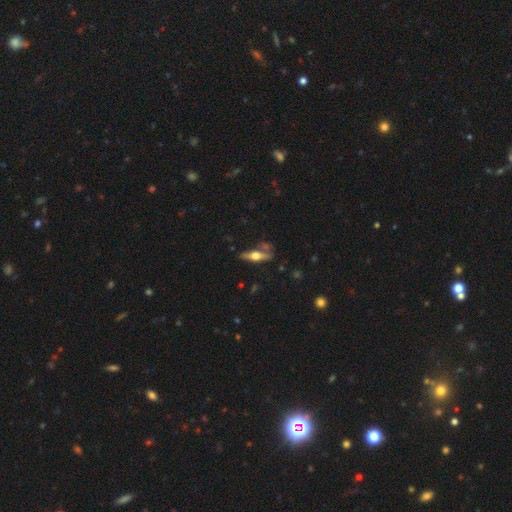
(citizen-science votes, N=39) This appears to be a featured or disk galaxy (62%) viewed edge-on (88%) with a rounded central bulge (95%). Merging: none (82%).